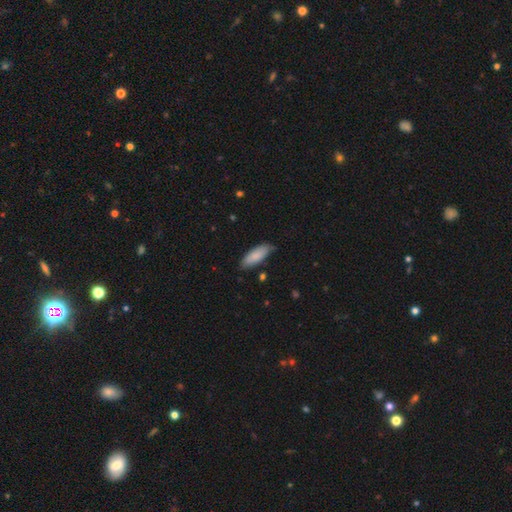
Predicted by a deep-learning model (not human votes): smooth_or_featured: smooth (p=0.85) [alt: featured or disk p=0.10]
how_rounded: in between (p=0.71) [alt: cigar-shaped p=0.28]
merging: none (p=0.76) [alt: minor disturbance p=0.20]